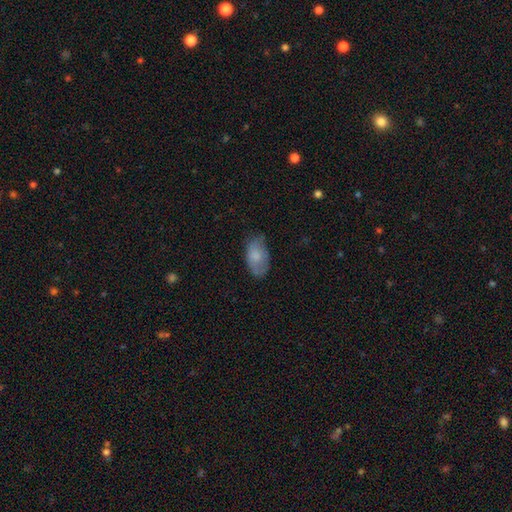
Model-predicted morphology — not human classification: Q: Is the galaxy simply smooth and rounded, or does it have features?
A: smooth — 75%.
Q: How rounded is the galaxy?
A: in between — 93%.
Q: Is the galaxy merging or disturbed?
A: none — 64%.